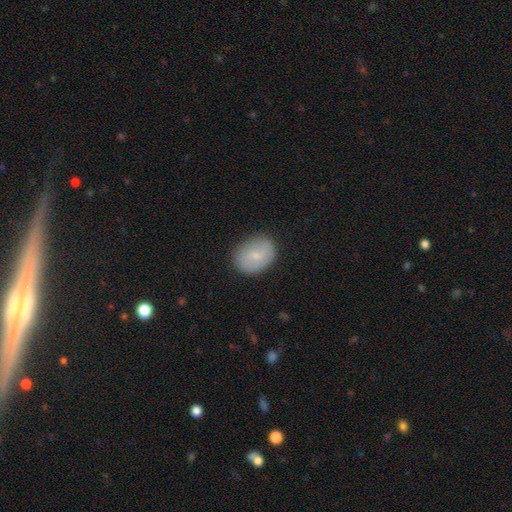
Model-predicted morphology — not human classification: type=smooth (73%); roundness=in between (61%); merging=none (82%).